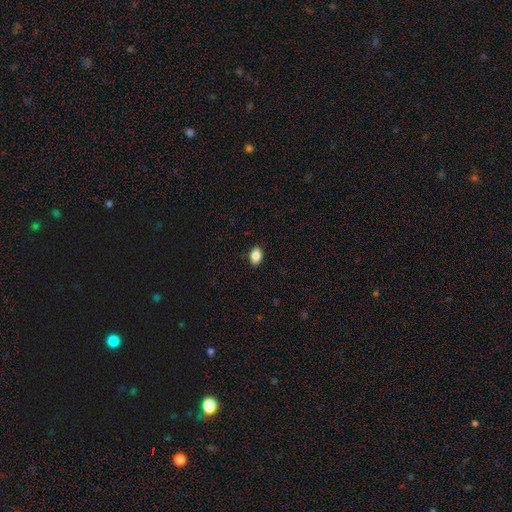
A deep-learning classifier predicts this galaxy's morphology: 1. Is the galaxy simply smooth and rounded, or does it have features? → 86% smooth, 8% star or artifact, 6% featured or disk.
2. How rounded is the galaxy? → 86% in between, 12% round, 2% cigar-shaped.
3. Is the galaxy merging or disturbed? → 89% none, 8% minor disturbance, 2% major disturbance, 1% merger.